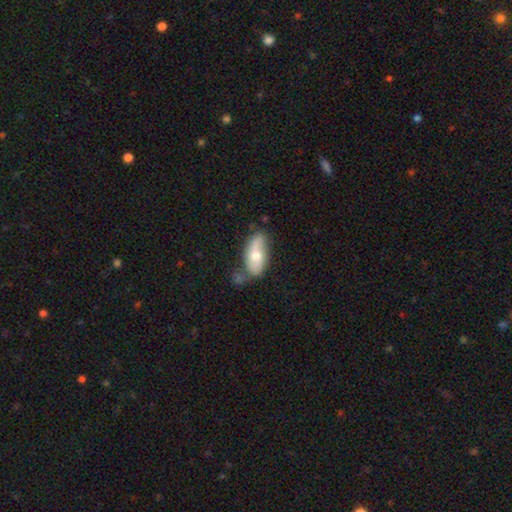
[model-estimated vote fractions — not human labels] Morphology: type=smooth (55%); roundness=in between (88%); merging=none (55%).